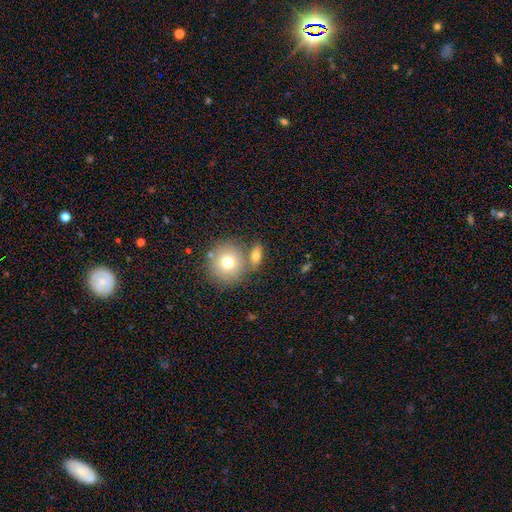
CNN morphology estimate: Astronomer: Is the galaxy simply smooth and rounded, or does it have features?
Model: smooth — 74%.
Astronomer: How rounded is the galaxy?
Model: in between — 52% (runner-up: round, 40%).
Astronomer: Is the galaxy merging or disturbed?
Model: none — 60%.